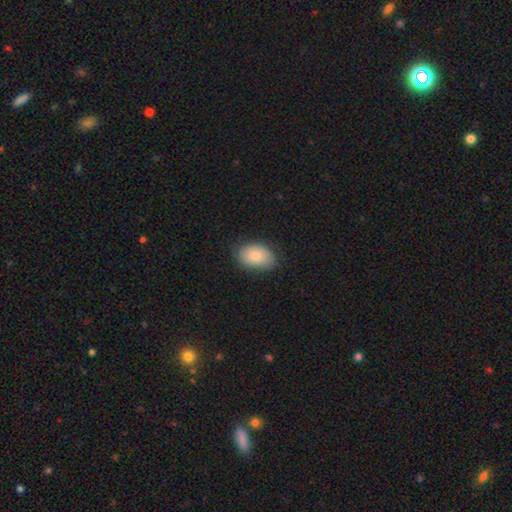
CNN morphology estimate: Smooth or featured: smooth — 82% (featured or disk — 11%)
How rounded: in between — 86% (round — 13%)
Merging: none — 78% (minor disturbance — 17%)